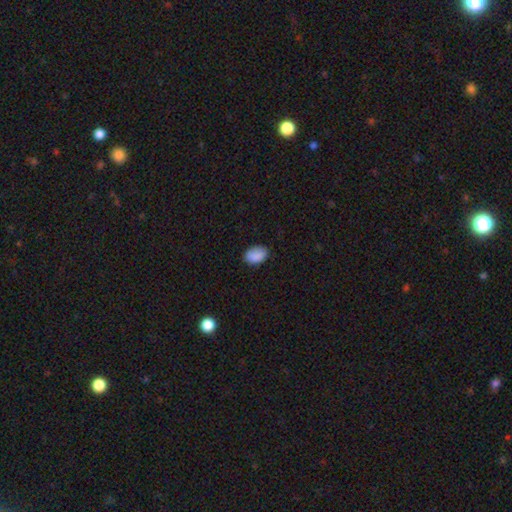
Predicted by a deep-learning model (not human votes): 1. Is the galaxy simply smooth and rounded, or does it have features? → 88% smooth, 8% star or artifact, 4% featured or disk.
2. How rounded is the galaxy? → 87% in between, 12% round, 1% cigar-shaped.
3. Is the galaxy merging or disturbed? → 82% none, 14% minor disturbance, 3% major disturbance, 1% merger.